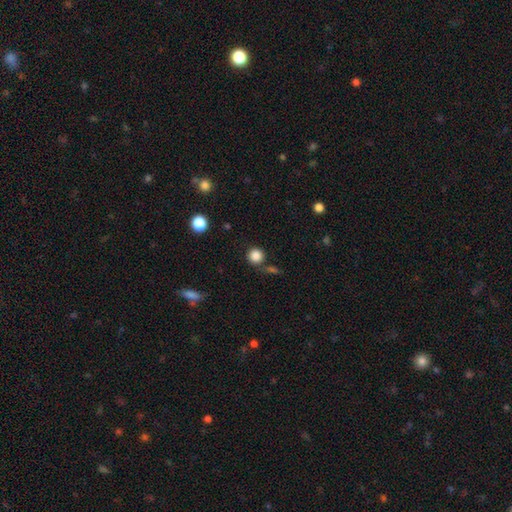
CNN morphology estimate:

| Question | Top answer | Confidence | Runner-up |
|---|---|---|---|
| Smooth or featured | smooth | 85% | star or artifact (11%) |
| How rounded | round | 92% | in between (7%) |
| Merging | none | 78% | minor disturbance (10%) |